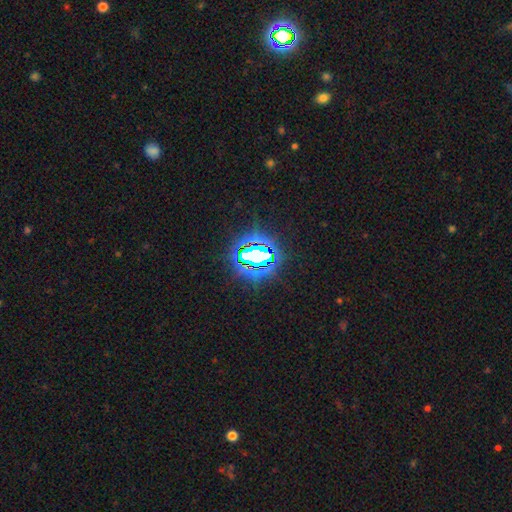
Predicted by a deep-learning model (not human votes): Smooth or featured? Predicted: star or artifact (p=0.75).